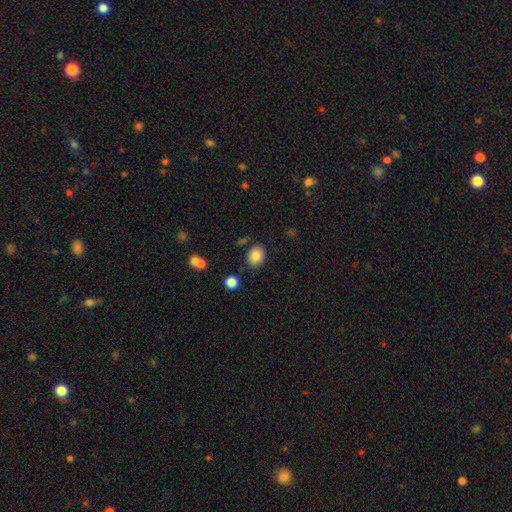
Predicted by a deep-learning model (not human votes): Smooth or featured?
  - smooth: 84% *
  - star or artifact: 9%
  - featured or disk: 7%
How rounded?
  - in between: 64% *
  - round: 35%
  - cigar-shaped: 1%
Merging?
  - none: 81% *
  - minor disturbance: 11%
  - merger: 4%
  - major disturbance: 3%